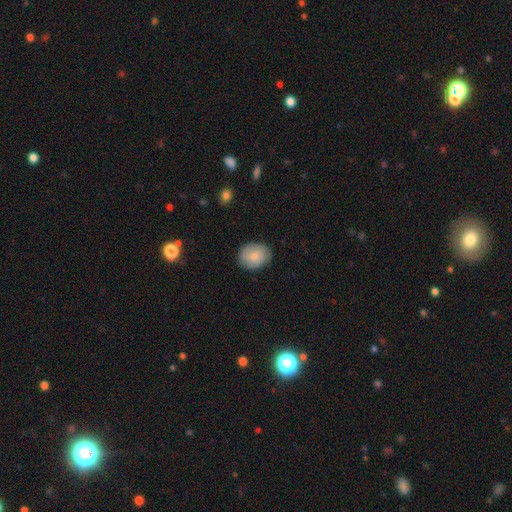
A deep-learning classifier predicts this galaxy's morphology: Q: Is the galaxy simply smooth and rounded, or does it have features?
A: smooth — 78%.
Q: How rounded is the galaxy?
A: in between — 56%.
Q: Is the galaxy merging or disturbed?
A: none — 81%.